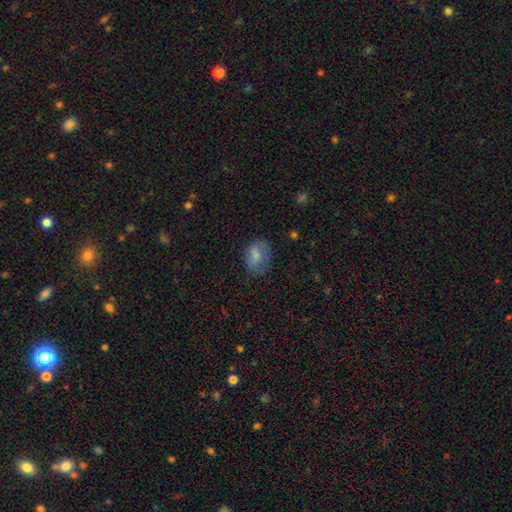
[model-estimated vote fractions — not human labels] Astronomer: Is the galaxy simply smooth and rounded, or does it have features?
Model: smooth — 77%.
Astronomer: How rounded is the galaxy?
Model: in between — 68%.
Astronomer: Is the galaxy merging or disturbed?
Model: none — 63%.